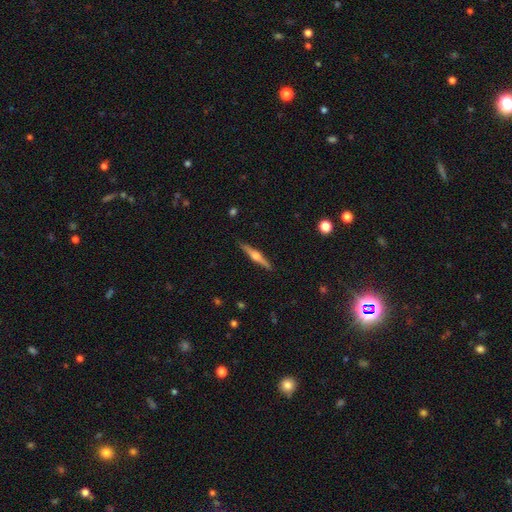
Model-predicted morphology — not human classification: Smooth or featured?
  - featured or disk: 72% *
  - smooth: 22%
  - star or artifact: 6%
Edge-on disk?
  - yes: 98% *
  - no: 2%
Edge-on bulge?
  - rounded: 92% *
  - boxy: 5%
  - none: 3%
Merging?
  - none: 91% *
  - minor disturbance: 7%
  - major disturbance: 1%
  - merger: 1%